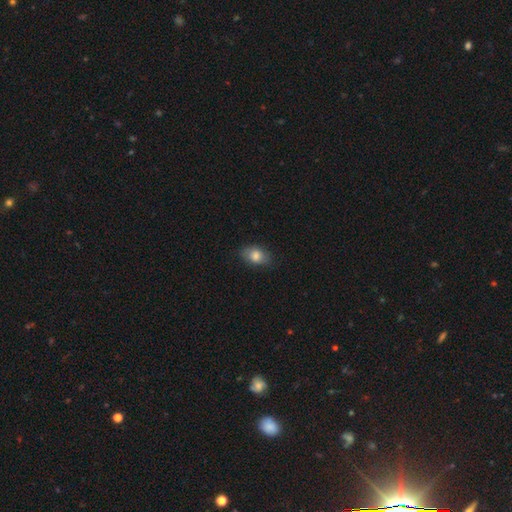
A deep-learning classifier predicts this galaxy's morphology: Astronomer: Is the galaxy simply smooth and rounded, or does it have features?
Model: smooth — 82%.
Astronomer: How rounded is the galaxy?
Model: in between — 86%.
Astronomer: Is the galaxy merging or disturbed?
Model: none — 82%.